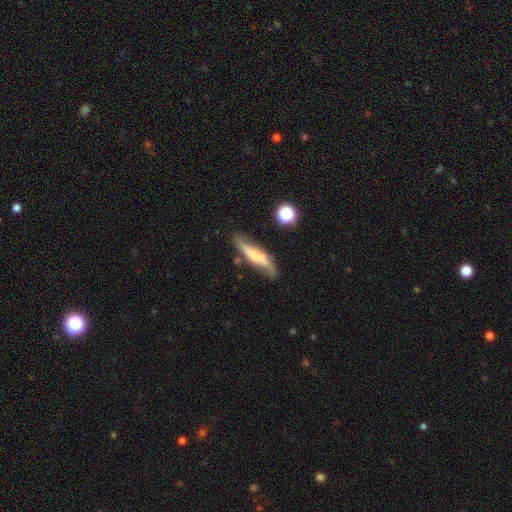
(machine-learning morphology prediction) type=featured or disk (47%); merging=none (67%).